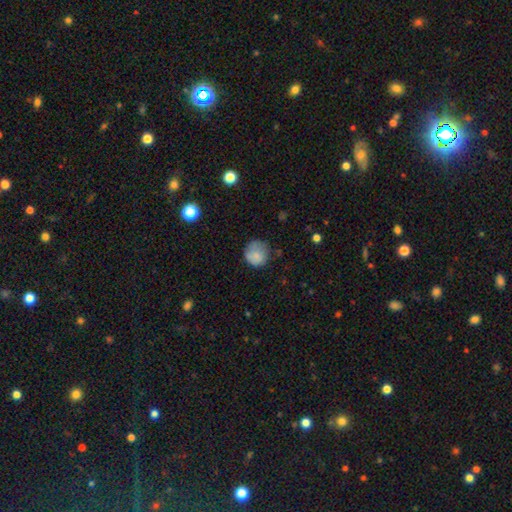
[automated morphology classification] Overall: smooth (80%). How rounded: round (87%). Merging: none (59%; minor disturbance 28%).